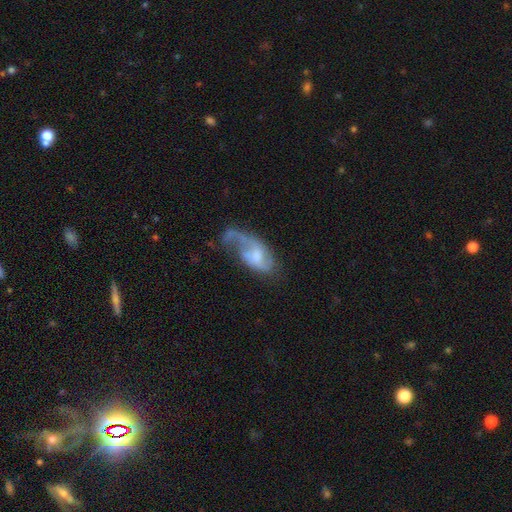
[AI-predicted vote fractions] smooth_or_featured: featured or disk (p=0.71) [alt: smooth p=0.22]
disk_edge_on: no (p=0.94) [alt: yes p=0.06]
bar: no (p=0.50) [alt: weak p=0.42]
has_spiral_arms: yes (p=0.84) [alt: no p=0.16]
spiral_winding: loose (p=0.56) [alt: medium p=0.32]
spiral_arm_count: 2 (p=0.46) [alt: 1 p=0.41]
bulge_size: small (p=0.42) [alt: moderate p=0.41]
merging: major disturbance (p=0.39) [alt: none p=0.31]